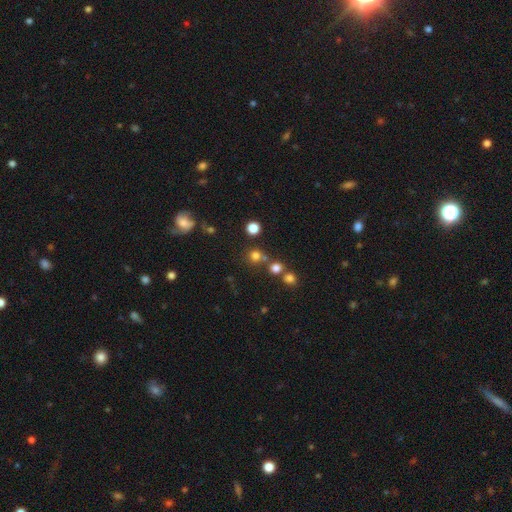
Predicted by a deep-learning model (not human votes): A smooth galaxy with no disk features (72%) that is round (91%). Merging: none (69%).